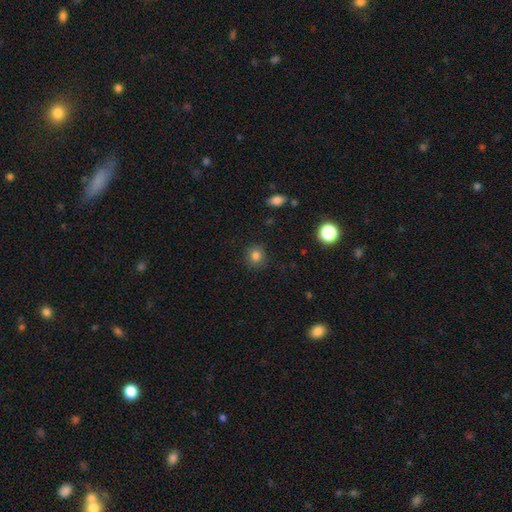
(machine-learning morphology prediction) Smooth or featured: smooth — 81% (star or artifact — 13%)
How rounded: round — 89% (in between — 10%)
Merging: none — 88% (minor disturbance — 8%)